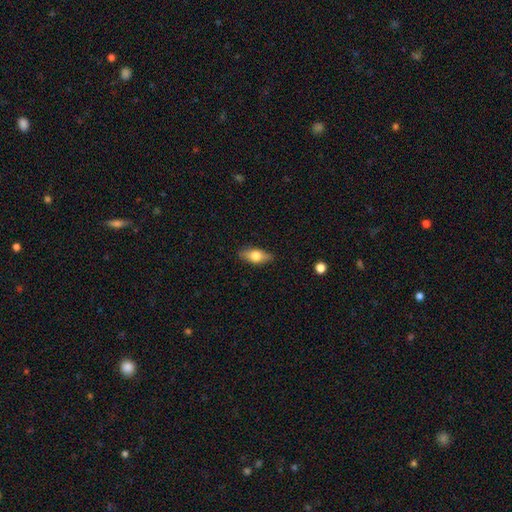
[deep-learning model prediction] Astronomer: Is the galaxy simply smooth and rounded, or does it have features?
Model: smooth — 61%.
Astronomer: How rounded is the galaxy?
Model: in between — 74%.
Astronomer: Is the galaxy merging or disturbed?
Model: none — 86%.